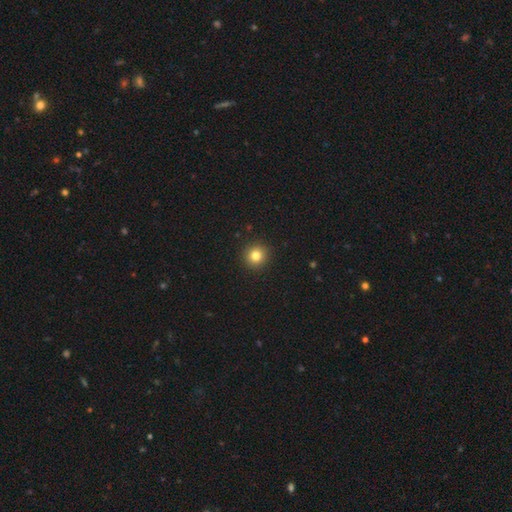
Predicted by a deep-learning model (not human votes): Smooth or featured: smooth — 81% (star or artifact — 12%)
How rounded: round — 94% (in between — 5%)
Merging: none — 93% (minor disturbance — 5%)